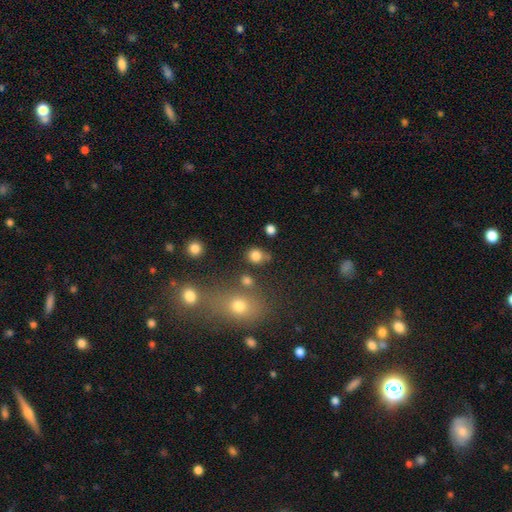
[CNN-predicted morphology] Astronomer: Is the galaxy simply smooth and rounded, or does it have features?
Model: smooth — 80%.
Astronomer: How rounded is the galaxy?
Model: round — 72%.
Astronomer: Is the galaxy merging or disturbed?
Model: none — 66%.